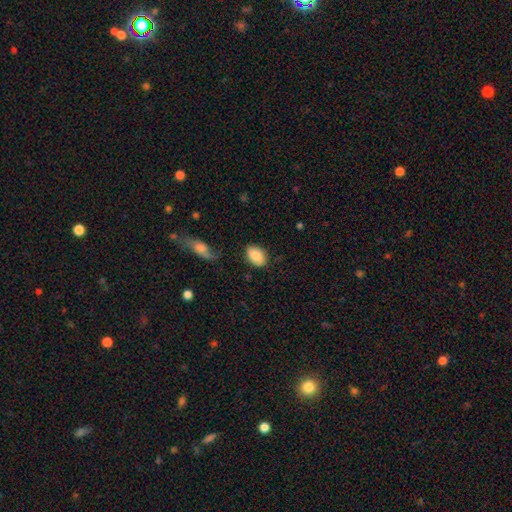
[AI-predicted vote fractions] This is clearly a smooth galaxy (86%). How rounded: clearly in between (84%). Merging: likely none (78%).